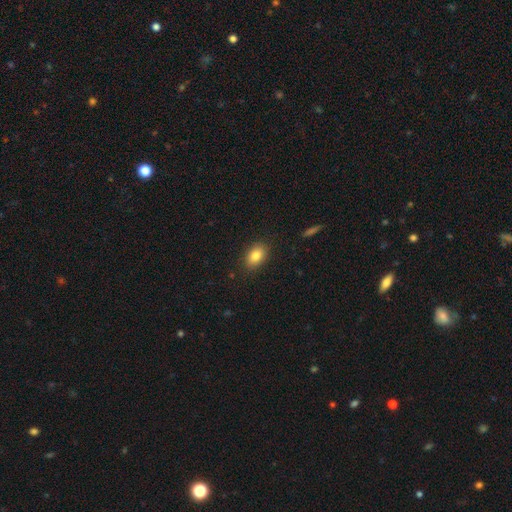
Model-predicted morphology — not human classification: Q: Smooth or featured?
A: smooth (83%); runner-up: star or artifact (8%)
Q: How rounded?
A: in between (84%); runner-up: round (15%)
Q: Merging?
A: none (87%); runner-up: minor disturbance (9%)